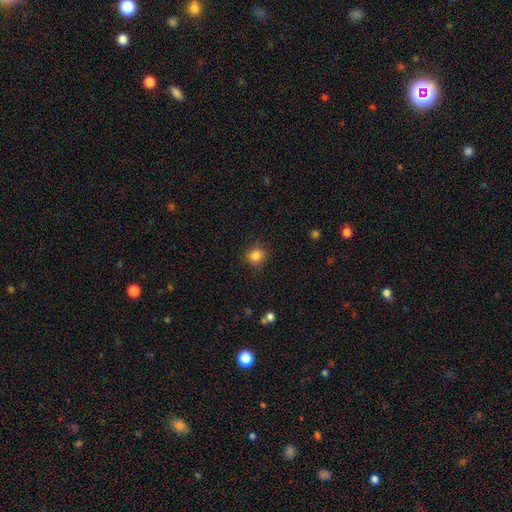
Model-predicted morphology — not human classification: smooth_or_featured: smooth (p=0.85) [alt: star or artifact p=0.10]
how_rounded: round (p=0.87) [alt: in between p=0.13]
merging: none (p=0.86) [alt: minor disturbance p=0.10]